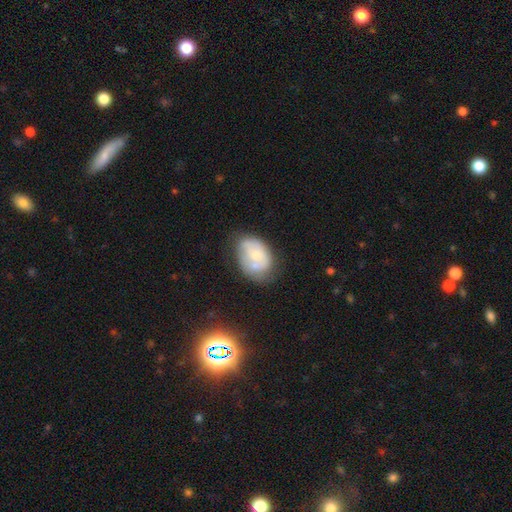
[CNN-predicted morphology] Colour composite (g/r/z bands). It shows a smooth galaxy with no disk features (48%). Merging: none (40%).